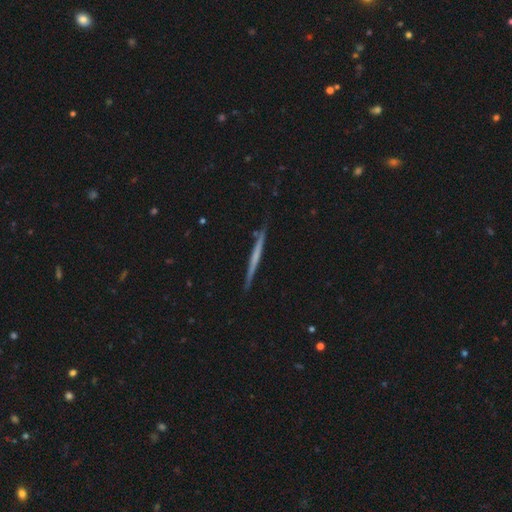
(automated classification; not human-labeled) Smooth or featured? Predicted: featured or disk (p=0.59). Edge-on disk? Predicted: yes (p=0.98). Edge-on bulge? Predicted: none (p=0.83). Merging? Predicted: none (p=0.89).